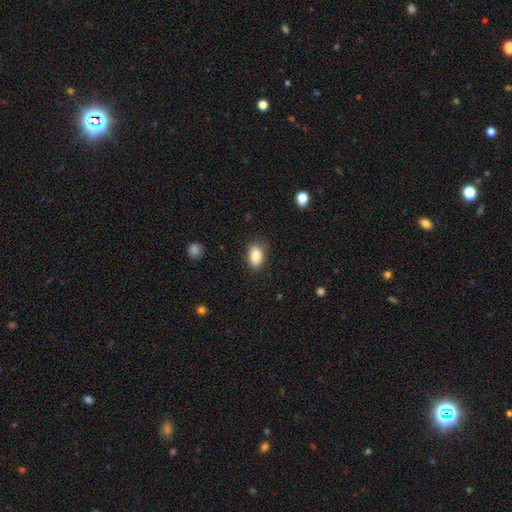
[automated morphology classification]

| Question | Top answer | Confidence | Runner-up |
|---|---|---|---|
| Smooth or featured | smooth | 86% | star or artifact (8%) |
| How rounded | in between | 89% | round (10%) |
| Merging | none | 84% | minor disturbance (12%) |